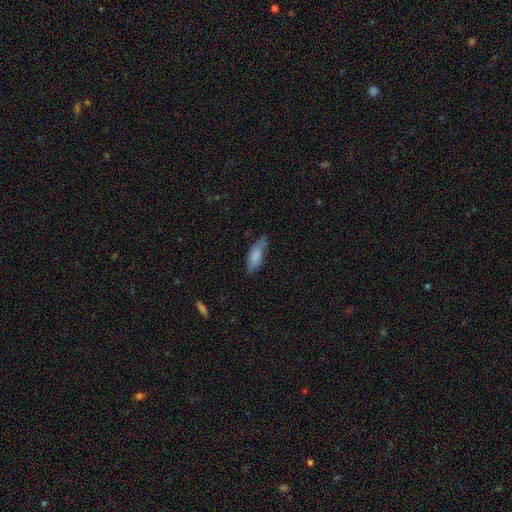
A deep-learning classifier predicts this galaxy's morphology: This is likely a smooth galaxy (77%). How rounded: likely in between (63%). Merging: likely none (60%).